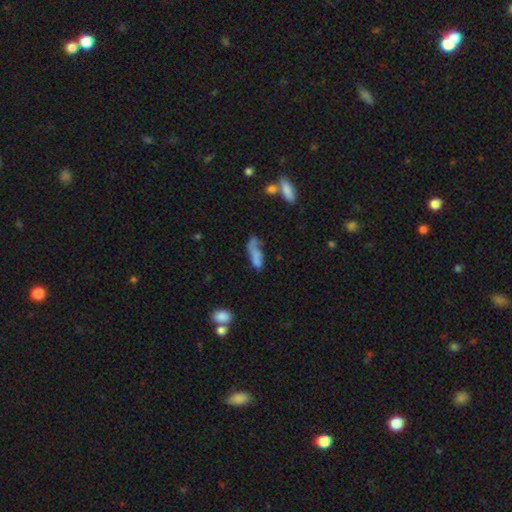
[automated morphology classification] smooth 64%, featured or disk 24%, star or artifact 12%. Down the decision tree: how rounded — in between (54%); merging — none (31%).